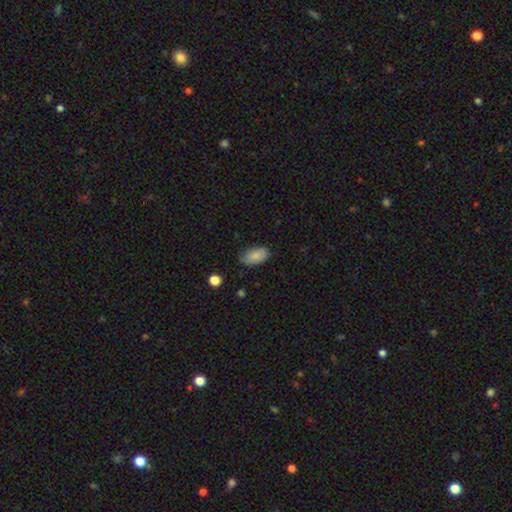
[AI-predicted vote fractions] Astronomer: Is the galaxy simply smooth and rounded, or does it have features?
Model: smooth — 83%.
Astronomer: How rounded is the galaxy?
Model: in between — 93%.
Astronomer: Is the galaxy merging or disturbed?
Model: none — 75%.